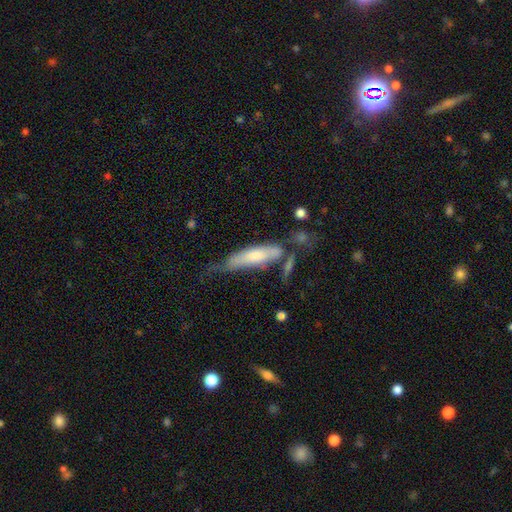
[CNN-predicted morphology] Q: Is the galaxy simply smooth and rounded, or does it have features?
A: smooth — 60%.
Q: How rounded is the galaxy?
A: cigar-shaped — 64%.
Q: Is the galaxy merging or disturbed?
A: none — 34%.